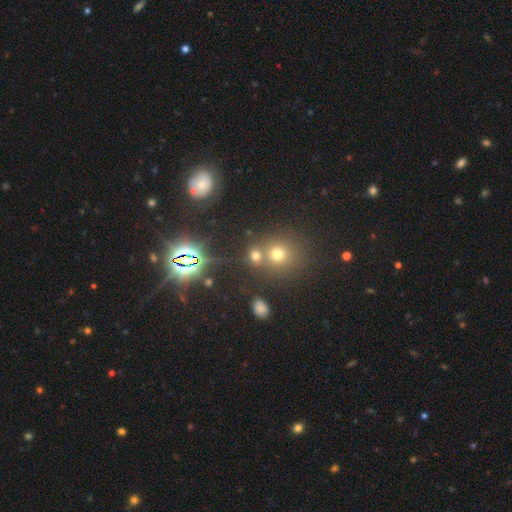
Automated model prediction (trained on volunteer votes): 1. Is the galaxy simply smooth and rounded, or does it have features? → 59% smooth, 31% star or artifact, 11% featured or disk.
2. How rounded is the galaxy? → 80% round, 18% in between, 1% cigar-shaped.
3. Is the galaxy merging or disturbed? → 56% none, 33% merger, 7% minor disturbance, 4% major disturbance.